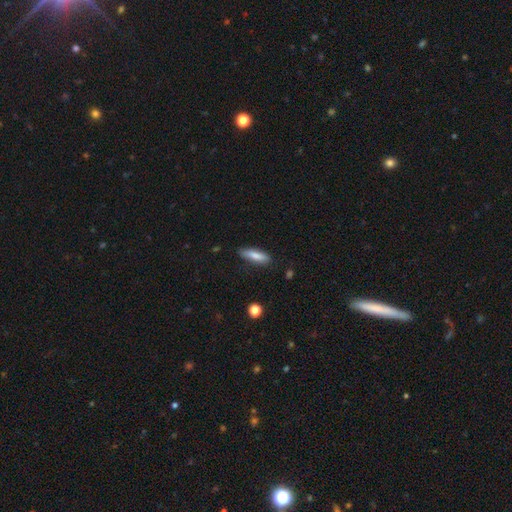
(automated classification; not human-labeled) smooth_or_featured: smooth (p=0.79) [alt: featured or disk p=0.14]
how_rounded: cigar-shaped (p=0.66) [alt: in between p=0.32]
merging: none (p=0.81) [alt: minor disturbance p=0.14]